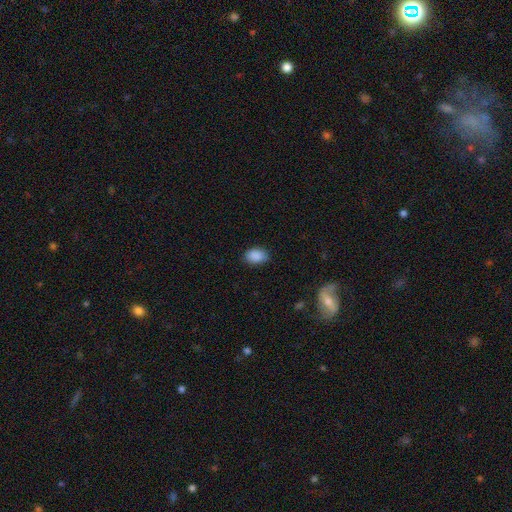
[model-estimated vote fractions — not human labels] smooth_or_featured: smooth (p=0.89) [alt: star or artifact p=0.08]
how_rounded: in between (p=0.84) [alt: round p=0.14]
merging: none (p=0.81) [alt: minor disturbance p=0.15]